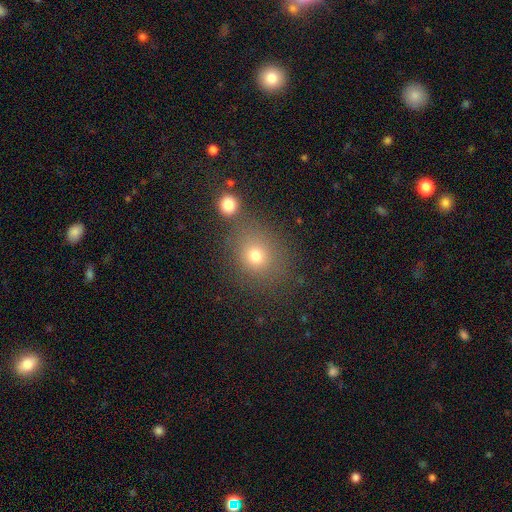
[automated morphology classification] A smooth galaxy with no disk features (74%) that is round (70%).

Vote fractions:
- Smooth or featured? smooth: 74% / star or artifact: 17% / featured or disk: 10%
- How rounded? round: 70% / in between: 29% / cigar-shaped: 1%
- Merging? none: 71% / merger: 12% / minor disturbance: 12% / major disturbance: 5%